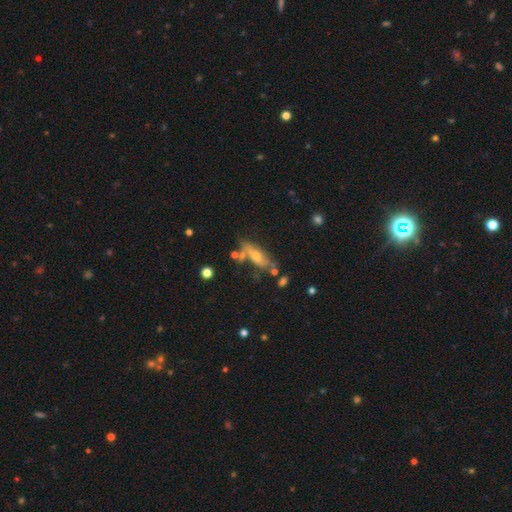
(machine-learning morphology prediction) This appears to be a featured or disk galaxy (48%). Merging: none (61%).